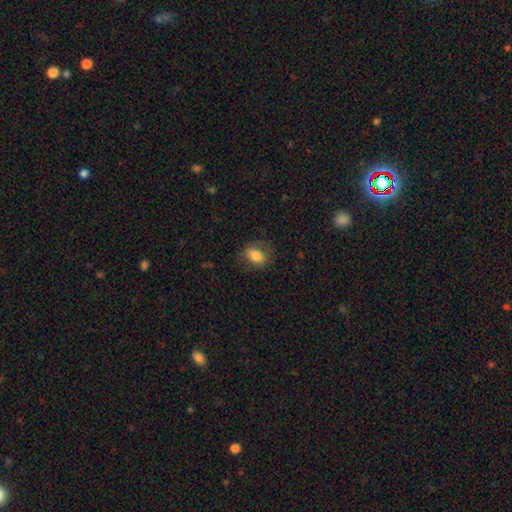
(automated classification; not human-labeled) A smooth galaxy with no disk features (80%) that is in between round and cigar-shaped (77%). Merging: none (76%).